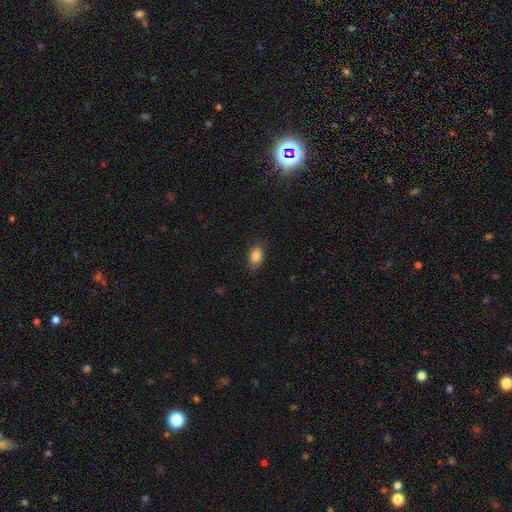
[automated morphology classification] A smooth galaxy with no disk features (86%) that is in between round and cigar-shaped (83%).

Vote fractions:
- Smooth or featured? smooth: 86% / star or artifact: 9% / featured or disk: 5%
- How rounded? in between: 83% / round: 15% / cigar-shaped: 2%
- Merging? none: 83% / minor disturbance: 13% / major disturbance: 3% / merger: 1%